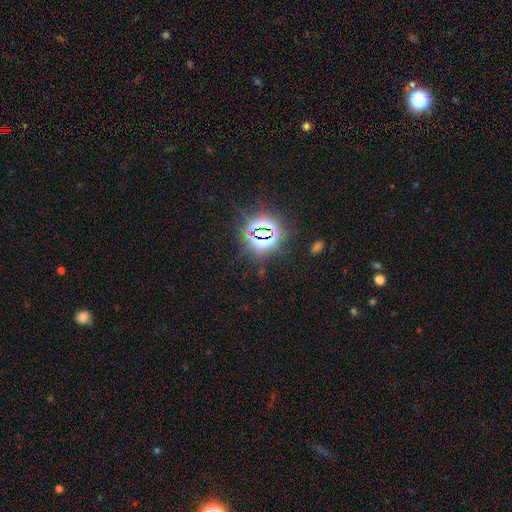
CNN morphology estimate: smooth-or-featured: star or artifact: 82% | smooth: 12% | featured or disk: 6%